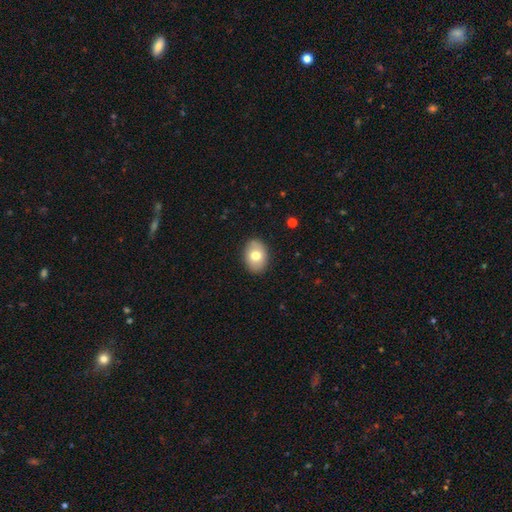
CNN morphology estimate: Q: Smooth or featured?
A: smooth (74%); runner-up: featured or disk (18%)
Q: How rounded?
A: in between (73%); runner-up: round (26%)
Q: Merging?
A: none (88%); runner-up: minor disturbance (9%)